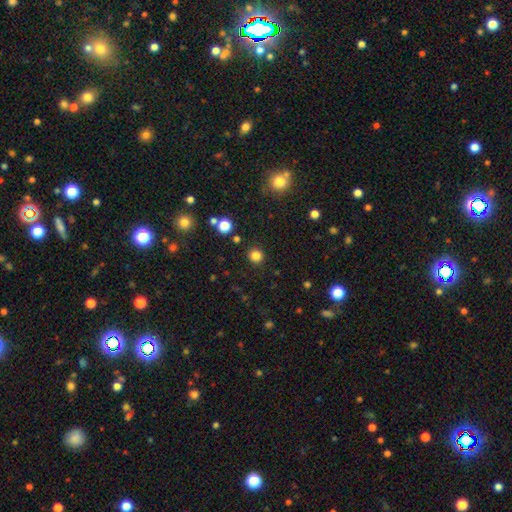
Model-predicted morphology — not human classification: This appears to be a smooth galaxy with no disk features (82%) that is round (91%). Merging: none (90%).